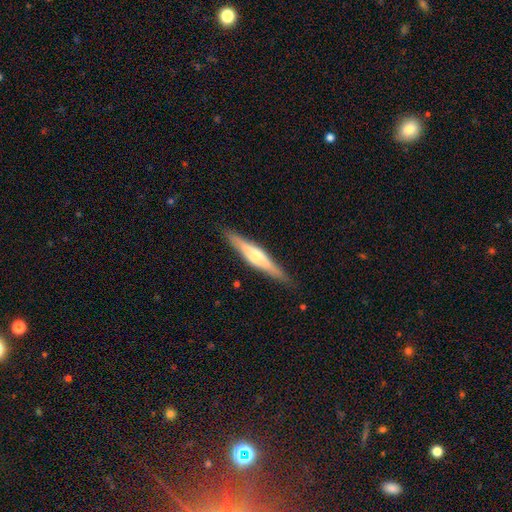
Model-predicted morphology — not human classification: This appears to be a featured or disk galaxy (67%) viewed edge-on (96%) with a rounded central bulge (84%). Merging: none (89%).